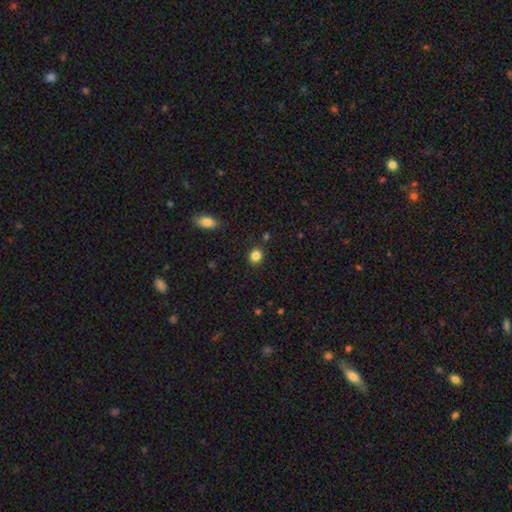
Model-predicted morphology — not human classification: smooth-or-featured: smooth: 85% | star or artifact: 11% | featured or disk: 5%
  how-rounded: round: 75% | in between: 24% | cigar-shaped: 1%
  merging: none: 88% | minor disturbance: 8% | merger: 2% | major disturbance: 2%